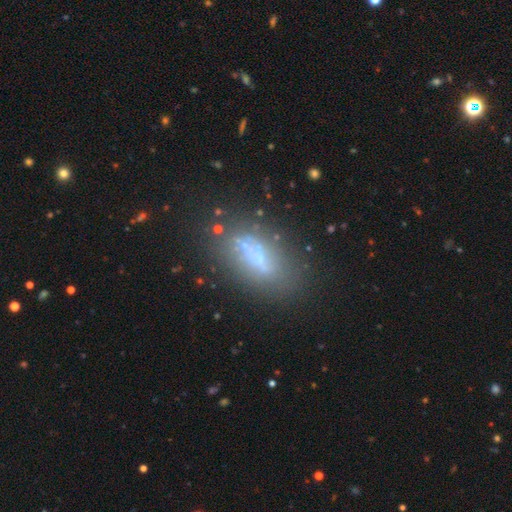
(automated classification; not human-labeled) Smooth or featured? Predicted: smooth (p=0.43). Merging? Predicted: none (p=0.59).